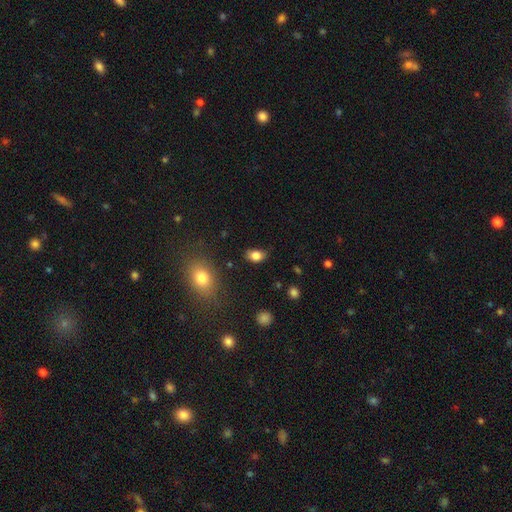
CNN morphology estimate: Q: Smooth or featured?
A: smooth (83%); runner-up: star or artifact (10%)
Q: How rounded?
A: in between (81%); runner-up: round (17%)
Q: Merging?
A: none (75%); runner-up: minor disturbance (18%)